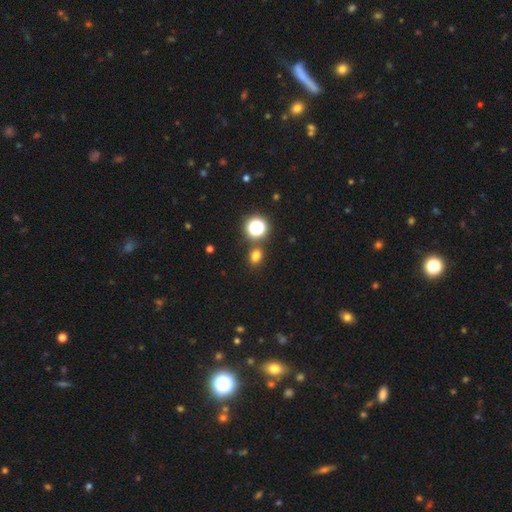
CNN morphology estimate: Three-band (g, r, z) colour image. It shows a smooth galaxy with no disk features (73%) that is in between round and cigar-shaped (53%). Merging: none (80%).